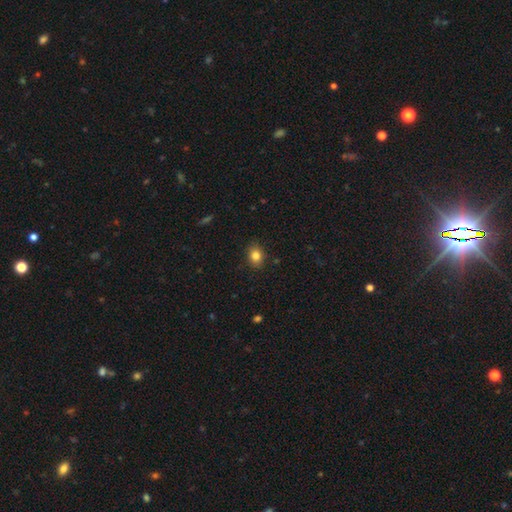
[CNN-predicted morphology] Smooth or featured? smooth (83%)
How rounded? in between (62%)
Merging? none (87%)